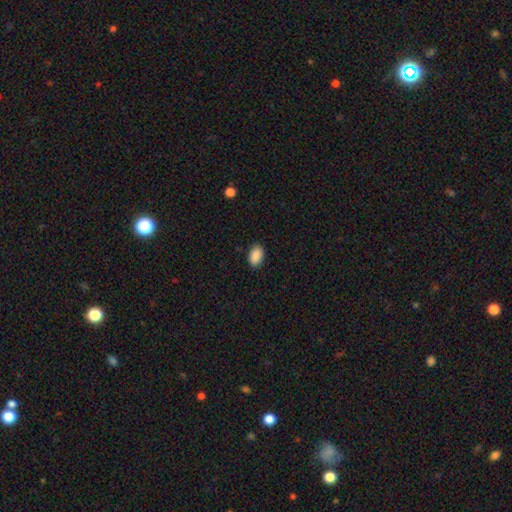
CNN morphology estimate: Smooth or featured? Predicted: smooth (p=0.90). How rounded? Predicted: in between (p=0.89). Merging? Predicted: none (p=0.88).